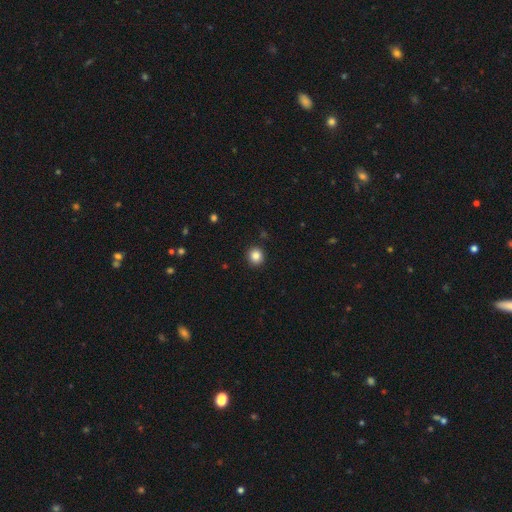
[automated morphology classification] Smooth or featured?
  - smooth: 85% *
  - star or artifact: 11%
  - featured or disk: 4%
How rounded?
  - round: 90% *
  - in between: 9%
  - cigar-shaped: 1%
Merging?
  - none: 92% *
  - minor disturbance: 5%
  - major disturbance: 2%
  - merger: 1%